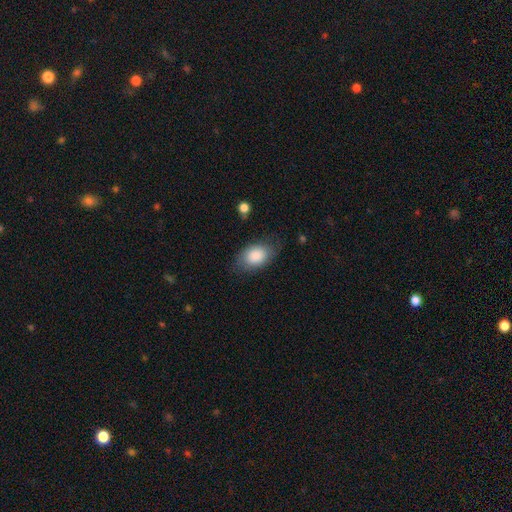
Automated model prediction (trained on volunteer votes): Smooth or featured?
  - smooth: 86% *
  - featured or disk: 8%
  - star or artifact: 6%
How rounded?
  - in between: 90% *
  - round: 9%
  - cigar-shaped: 1%
Merging?
  - none: 74% *
  - minor disturbance: 19%
  - major disturbance: 6%
  - merger: 2%